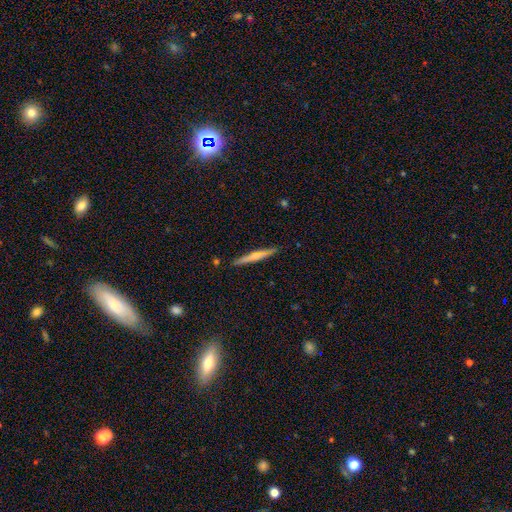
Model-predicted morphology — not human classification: Smooth or featured?
  - smooth: 52% *
  - featured or disk: 42%
  - star or artifact: 6%
How rounded?
  - cigar-shaped: 94% *
  - in between: 4%
  - round: 2%
Merging?
  - none: 88% *
  - minor disturbance: 9%
  - major disturbance: 2%
  - merger: 1%